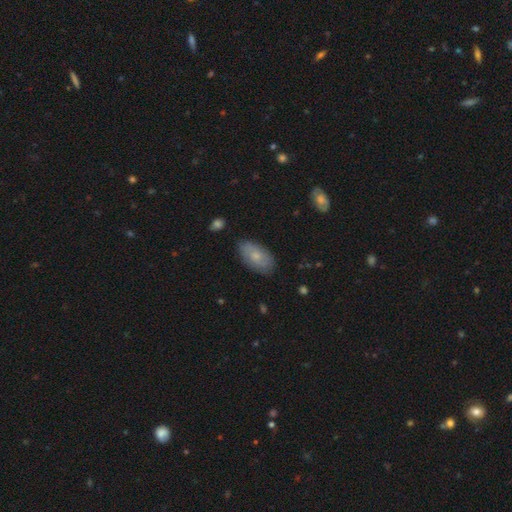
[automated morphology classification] smooth_or_featured: smooth (p=0.57) [alt: featured or disk p=0.36]
how_rounded: in between (p=0.94) [alt: round p=0.04]
merging: none (p=0.79) [alt: minor disturbance p=0.16]